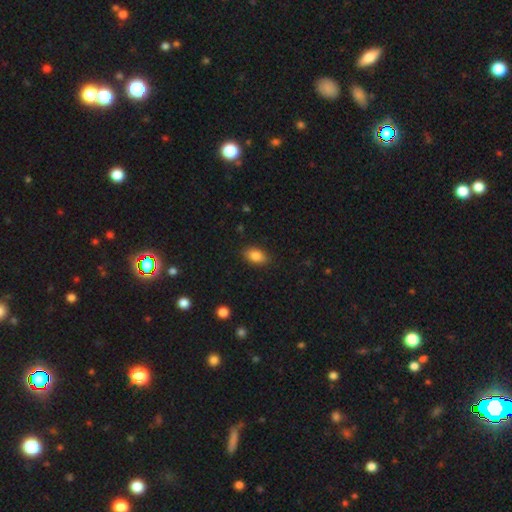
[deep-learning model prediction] Smooth or featured?
  - smooth: 86% *
  - star or artifact: 8%
  - featured or disk: 6%
How rounded?
  - in between: 89% *
  - round: 9%
  - cigar-shaped: 2%
Merging?
  - none: 86% *
  - minor disturbance: 10%
  - major disturbance: 3%
  - merger: 1%